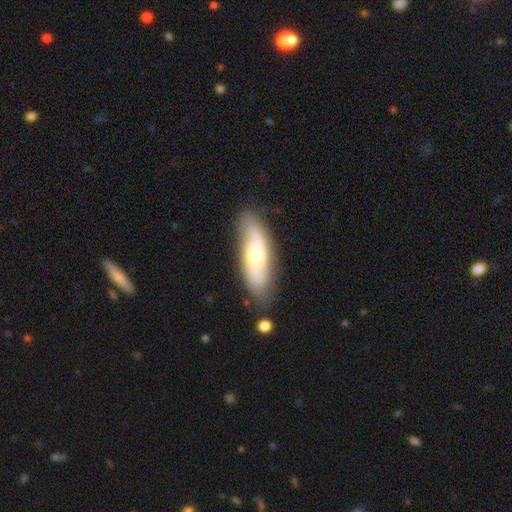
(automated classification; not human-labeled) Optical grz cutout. It shows a featured or disk galaxy (60%) with no bar (72%), spiral arms (82%) and a small central bulge (46%, tied with moderate). Merging: none (78%).